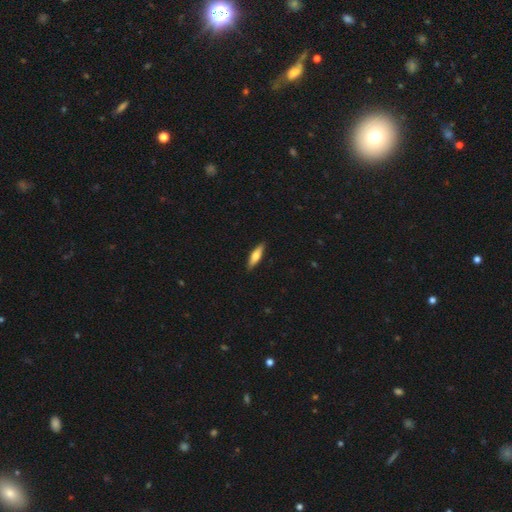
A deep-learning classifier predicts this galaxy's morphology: Smooth or featured? smooth (62%)
How rounded? cigar-shaped (70%)
Merging? none (90%)